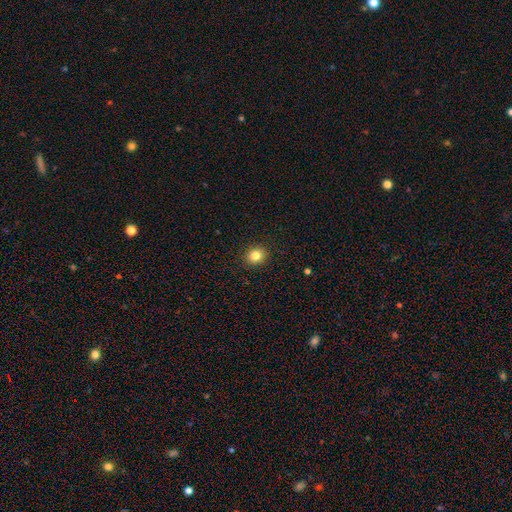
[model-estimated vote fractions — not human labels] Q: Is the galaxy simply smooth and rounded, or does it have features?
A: smooth — 83%.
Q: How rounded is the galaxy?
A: round — 74%.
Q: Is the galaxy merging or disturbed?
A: none — 91%.